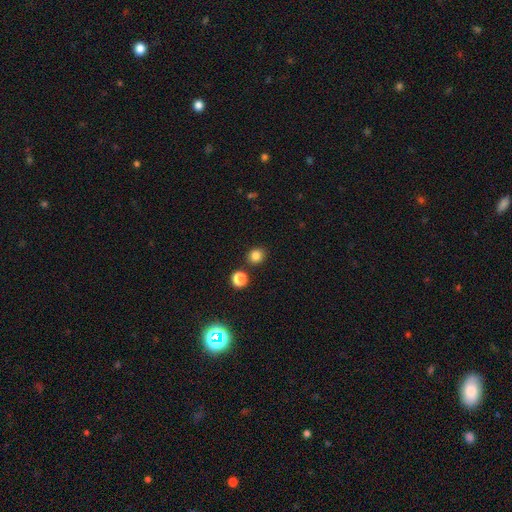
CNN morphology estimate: Smooth or featured: smooth — 82% (star or artifact — 13%)
How rounded: round — 77% (in between — 23%)
Merging: none — 84% (minor disturbance — 8%)